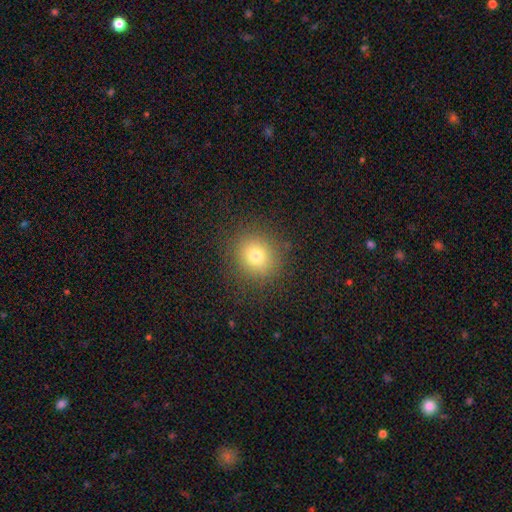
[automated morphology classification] smooth-or-featured: smooth: 75% | star or artifact: 15% | featured or disk: 10%
  how-rounded: round: 87% | in between: 12% | cigar-shaped: 1%
  merging: none: 87% | minor disturbance: 8% | major disturbance: 4% | merger: 1%